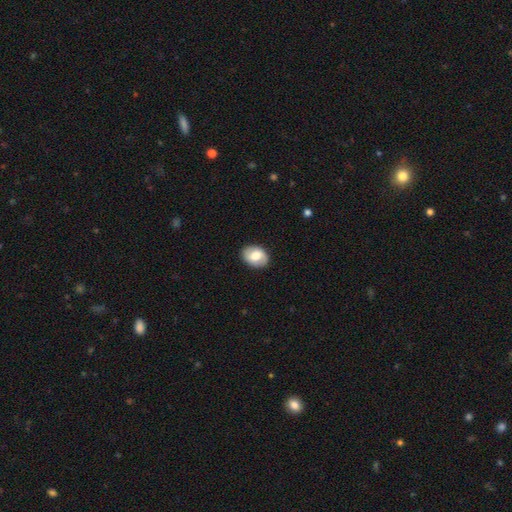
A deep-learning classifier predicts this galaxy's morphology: A smooth galaxy with no disk features (68%) that is in between round and cigar-shaped (72%). Merging: none (88%).